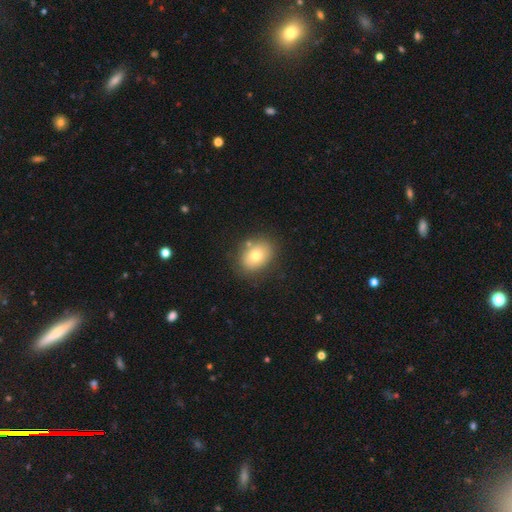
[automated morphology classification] This is likely a smooth galaxy (75%). How rounded: likely in between (65%). Merging: clearly none (81%).